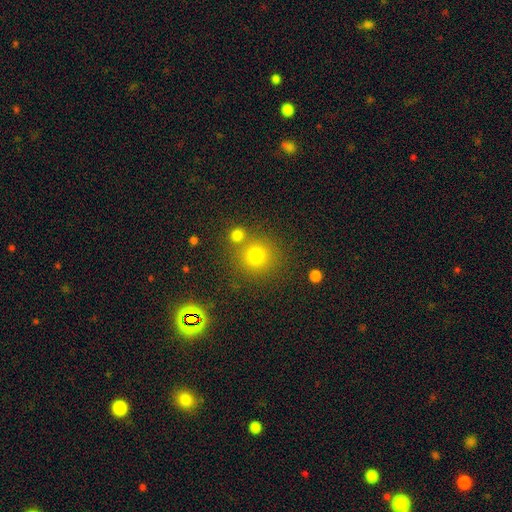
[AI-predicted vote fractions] Morphology: type=smooth (74%); roundness=round (92%); merging=none (75%).